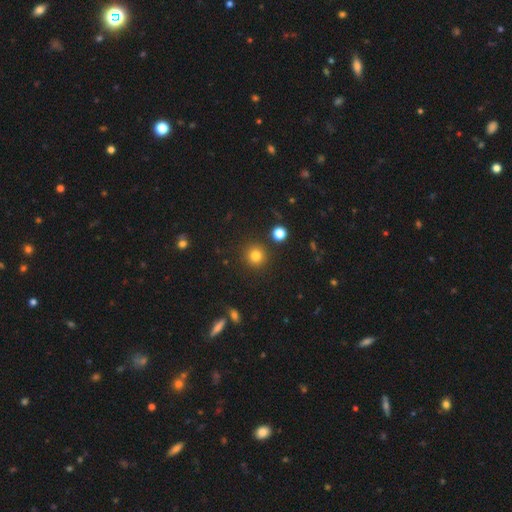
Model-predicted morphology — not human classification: This appears to be a smooth galaxy with no disk features (81%) that is round (94%). Merging: none (89%).